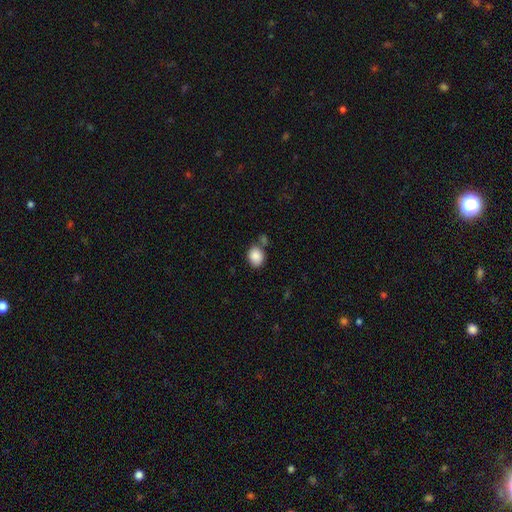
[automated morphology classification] This appears to be a smooth galaxy with no disk features (88%) that is in between round and cigar-shaped (50%). Merging: none (66%).